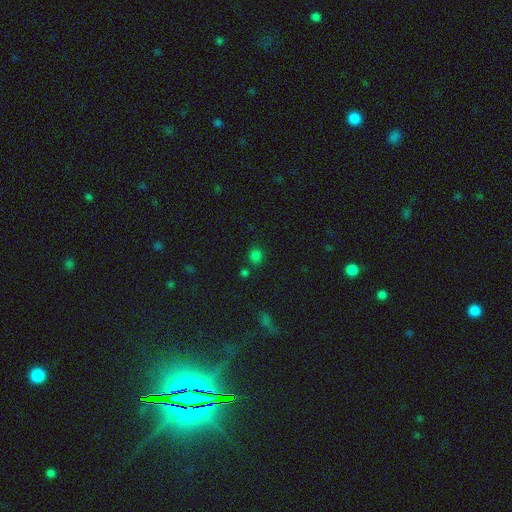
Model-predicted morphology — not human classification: This is likely a smooth galaxy (75%). How rounded: clearly round (85%). Merging: likely none (79%).